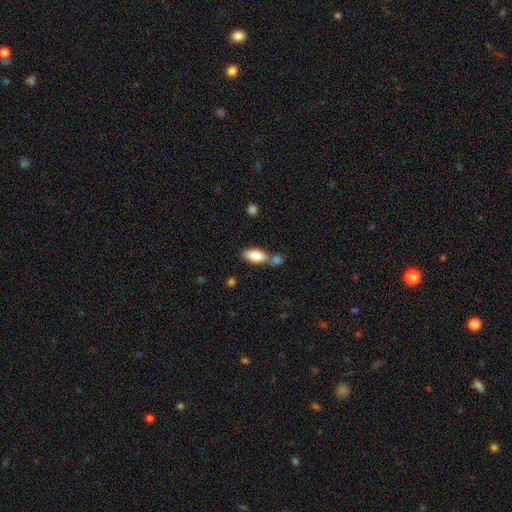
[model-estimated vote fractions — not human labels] This appears to be a smooth galaxy with no disk features (80%) that is in between round and cigar-shaped (87%). Merging: none (50%).